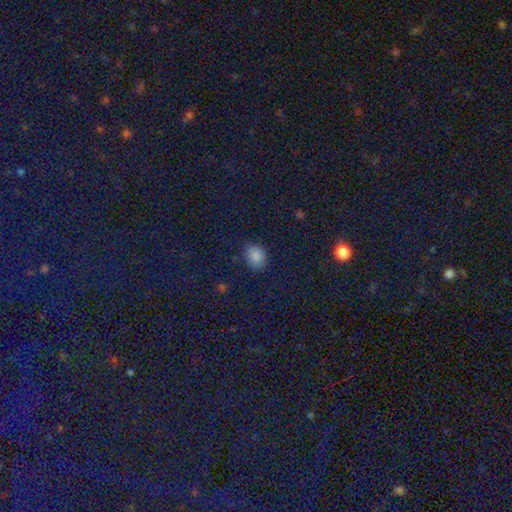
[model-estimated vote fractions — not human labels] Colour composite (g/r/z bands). It shows a smooth galaxy with no disk features (82%) that is in between round and cigar-shaped (52%). Merging: none (82%).